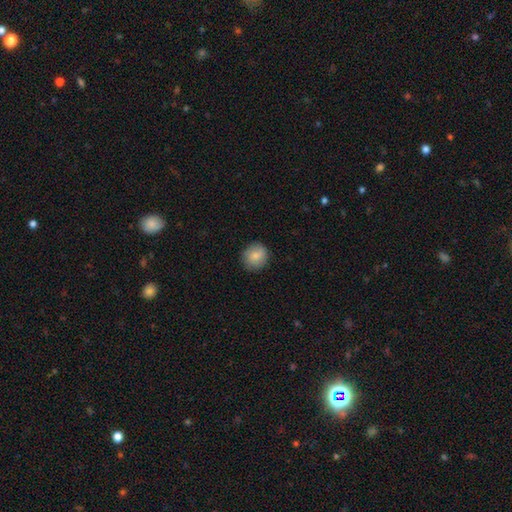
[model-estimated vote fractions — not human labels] smooth-or-featured: smooth: 82% | featured or disk: 11% | star or artifact: 7%
  how-rounded: round: 90% | in between: 9% | cigar-shaped: 1%
  merging: none: 86% | minor disturbance: 11% | major disturbance: 2% | merger: 1%